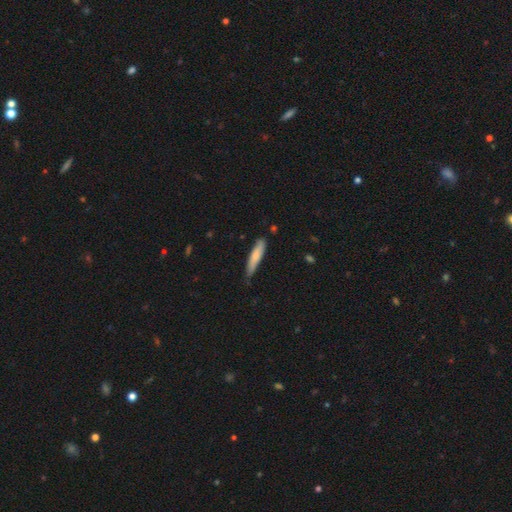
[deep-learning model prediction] Smooth or featured?
  - smooth: 75% *
  - featured or disk: 19%
  - star or artifact: 5%
How rounded?
  - cigar-shaped: 86% *
  - in between: 13%
  - round: 1%
Merging?
  - none: 71% *
  - minor disturbance: 24%
  - major disturbance: 3%
  - merger: 2%